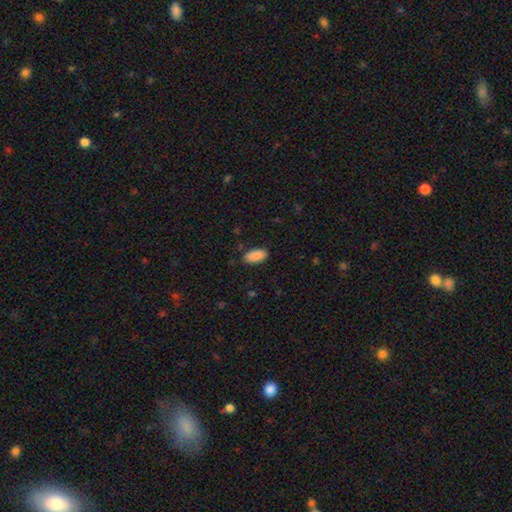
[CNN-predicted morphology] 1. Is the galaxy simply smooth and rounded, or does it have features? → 90% smooth, 7% star or artifact, 3% featured or disk.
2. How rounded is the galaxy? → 94% in between, 4% cigar-shaped, 2% round.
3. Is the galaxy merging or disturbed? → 86% none, 10% minor disturbance, 2% major disturbance, 1% merger.